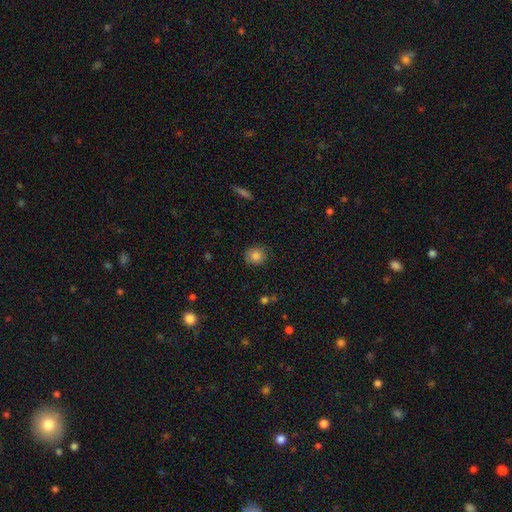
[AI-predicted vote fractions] Smooth or featured?
  - smooth: 83% *
  - star or artifact: 10%
  - featured or disk: 7%
How rounded?
  - round: 83% *
  - in between: 16%
  - cigar-shaped: 1%
Merging?
  - none: 80% *
  - minor disturbance: 15%
  - major disturbance: 3%
  - merger: 1%